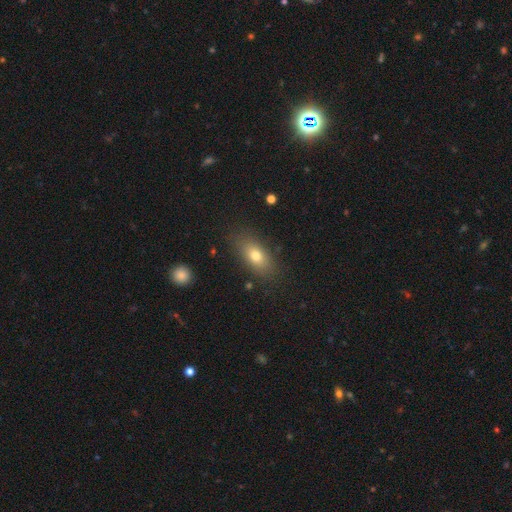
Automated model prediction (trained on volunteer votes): Smooth or featured? Predicted: smooth (p=0.75). How rounded? Predicted: in between (p=0.82). Merging? Predicted: none (p=0.82).